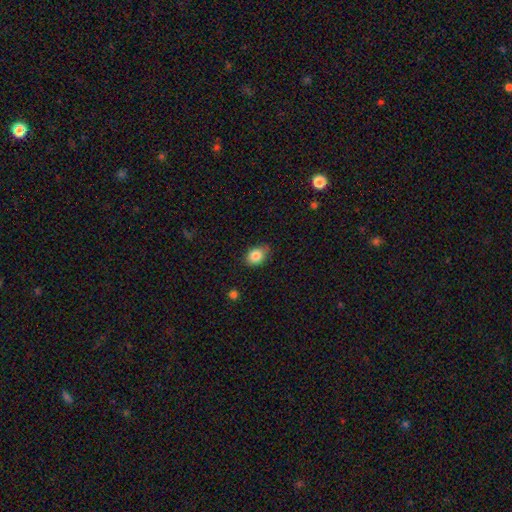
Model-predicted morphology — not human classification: smooth 86%, star or artifact 9%, featured or disk 6%. Down the decision tree: how rounded — in between (64%); merging — none (79%).